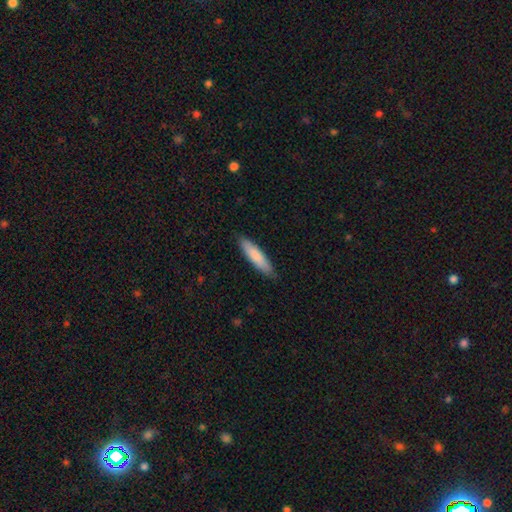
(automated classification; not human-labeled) Smooth or featured?
  - smooth: 81% *
  - featured or disk: 14%
  - star or artifact: 5%
How rounded?
  - cigar-shaped: 75% *
  - in between: 23%
  - round: 1%
Merging?
  - none: 87% *
  - minor disturbance: 10%
  - major disturbance: 2%
  - merger: 1%